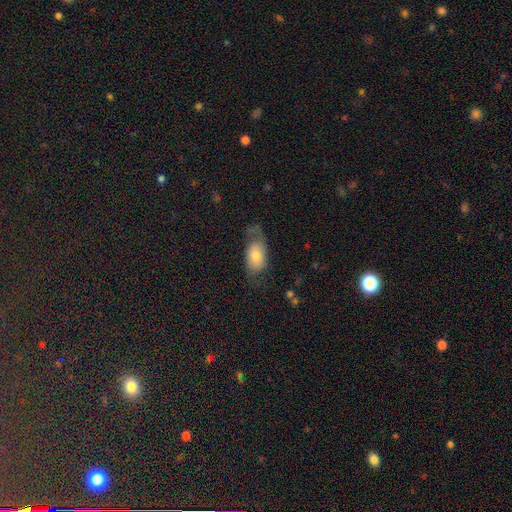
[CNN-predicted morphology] A smooth galaxy with no disk features (50%) that is in between round and cigar-shaped (87%).

Vote fractions:
- Smooth or featured? smooth: 50% / featured or disk: 41% / star or artifact: 8%
- How rounded? in between: 87% / round: 10% / cigar-shaped: 3%
- Merging? none: 50% / minor disturbance: 25% / major disturbance: 22% / merger: 2%